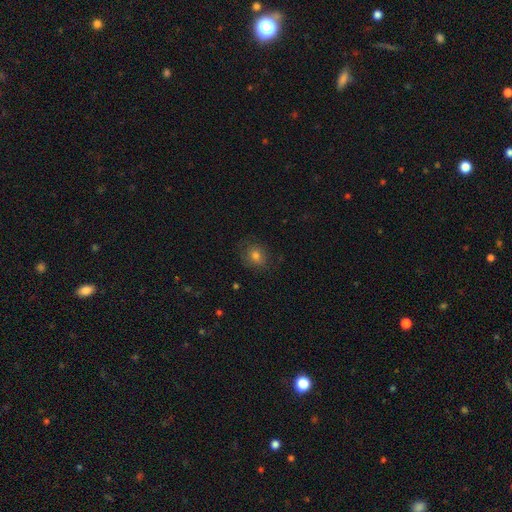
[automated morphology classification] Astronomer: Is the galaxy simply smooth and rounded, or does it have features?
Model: smooth — 72%.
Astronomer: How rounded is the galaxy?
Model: round — 73%.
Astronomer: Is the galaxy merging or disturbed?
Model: none — 75%.